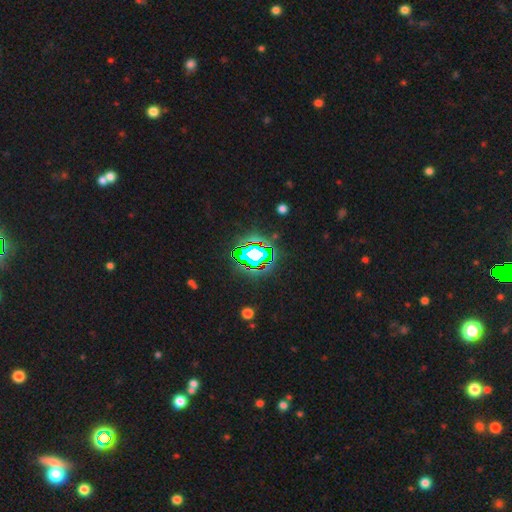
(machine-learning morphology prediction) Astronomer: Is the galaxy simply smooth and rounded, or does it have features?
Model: star or artifact — 76%.